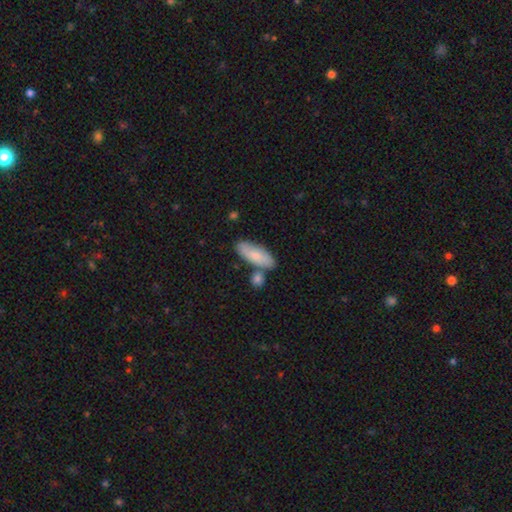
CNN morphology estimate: smooth 77%, featured or disk 18%, star or artifact 5%. Down the decision tree: how rounded — in between (72%); merging — none (69%).